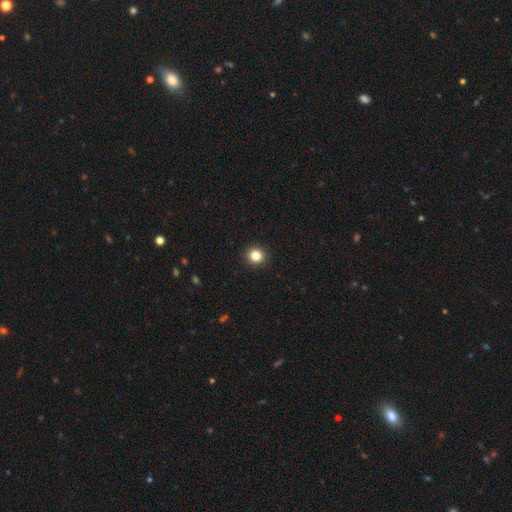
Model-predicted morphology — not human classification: Overall: smooth (83%). How rounded: round (90%). Merging: none (93%).